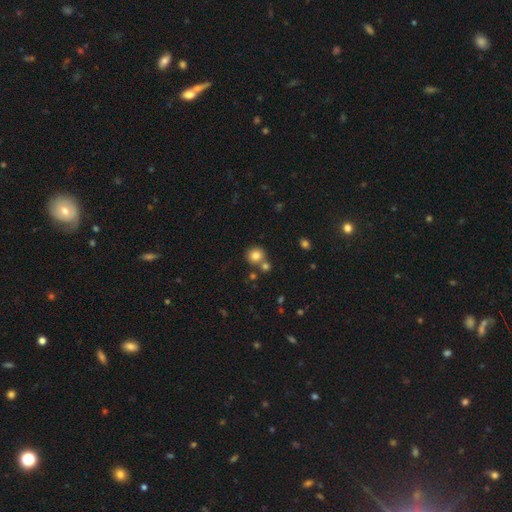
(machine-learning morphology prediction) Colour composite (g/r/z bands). It shows a smooth galaxy with no disk features (82%) that is round (89%). Merging: none (66%).